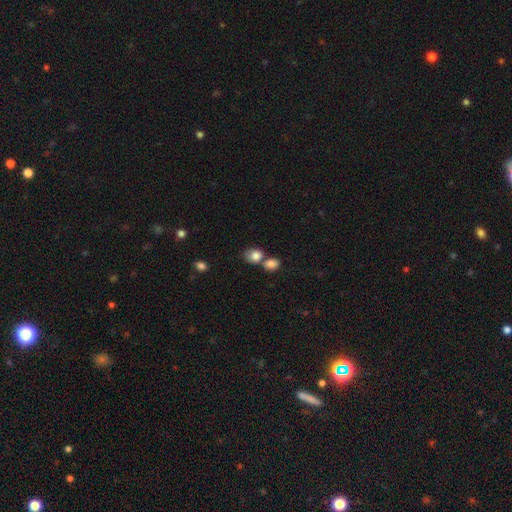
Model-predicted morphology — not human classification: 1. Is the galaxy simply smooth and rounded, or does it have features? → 84% smooth, 8% star or artifact, 8% featured or disk.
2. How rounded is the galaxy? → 51% in between, 48% round, 1% cigar-shaped.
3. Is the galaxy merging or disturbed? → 49% merger, 37% none, 11% minor disturbance, 4% major disturbance.